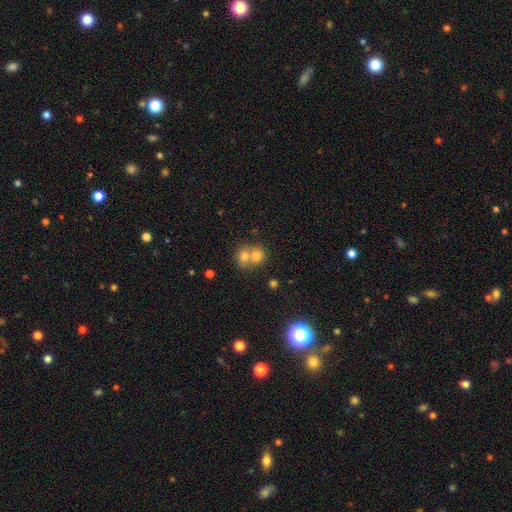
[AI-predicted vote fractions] Smooth or featured: smooth — 73% (featured or disk — 16%)
How rounded: round — 76% (in between — 23%)
Merging: merger — 64% (none — 29%)